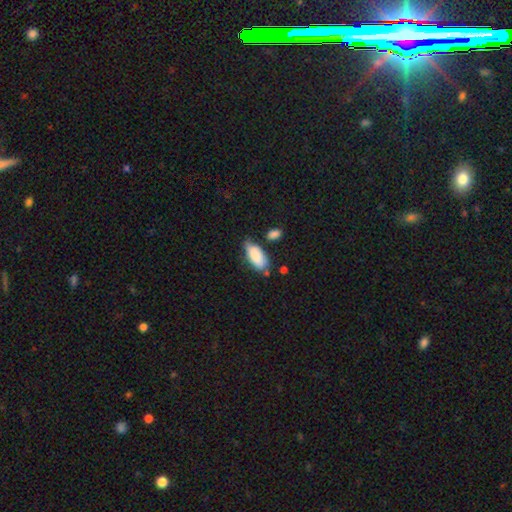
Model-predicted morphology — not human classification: smooth_or_featured: smooth (p=0.83) [alt: featured or disk p=0.11]
how_rounded: in between (p=0.87) [alt: cigar-shaped p=0.11]
merging: none (p=0.55) [alt: minor disturbance p=0.29]